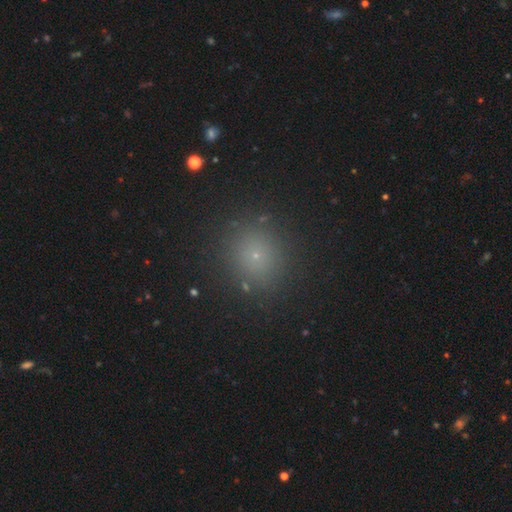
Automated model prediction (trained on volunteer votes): Smooth or featured? smooth (66%)
How rounded? round (88%)
Merging? none (89%)